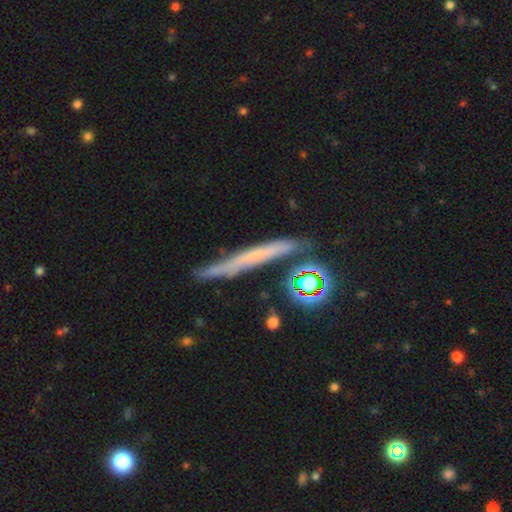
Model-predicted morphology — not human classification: type=featured or disk (44%); merging=none (75%).